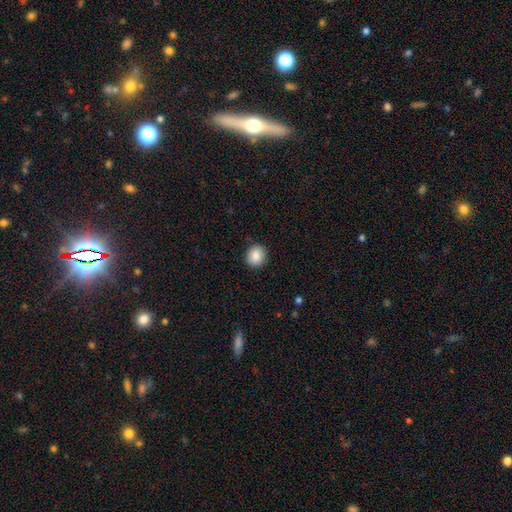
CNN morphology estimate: Smooth or featured: smooth — 87% (star or artifact — 8%)
How rounded: round — 77% (in between — 22%)
Merging: none — 89% (minor disturbance — 8%)